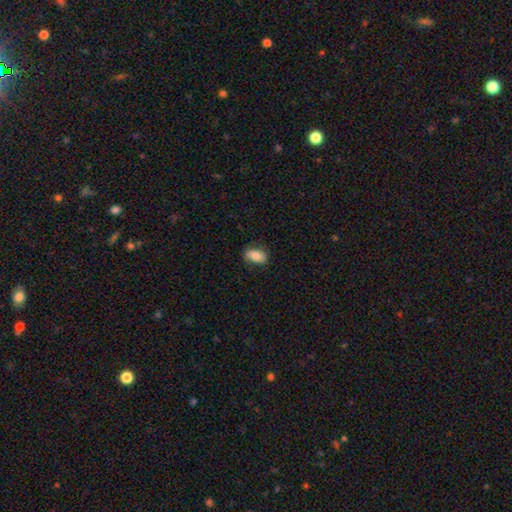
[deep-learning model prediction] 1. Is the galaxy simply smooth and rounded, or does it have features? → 81% smooth, 12% featured or disk, 7% star or artifact.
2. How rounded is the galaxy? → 90% in between, 8% round, 2% cigar-shaped.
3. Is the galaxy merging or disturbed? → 78% none, 17% minor disturbance, 4% major disturbance, 1% merger.